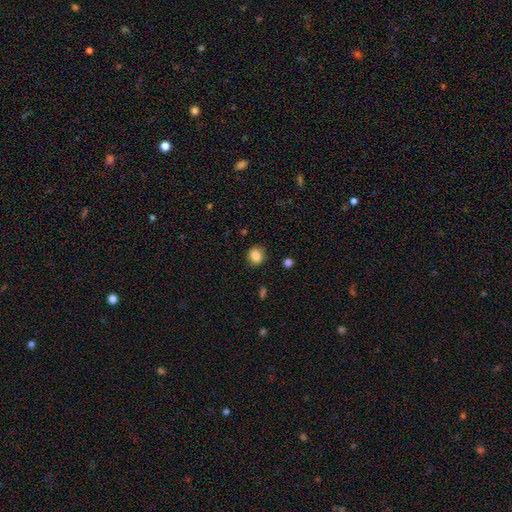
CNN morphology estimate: Smooth or featured: smooth — 84% (star or artifact — 10%)
How rounded: round — 73% (in between — 26%)
Merging: none — 83% (minor disturbance — 12%)